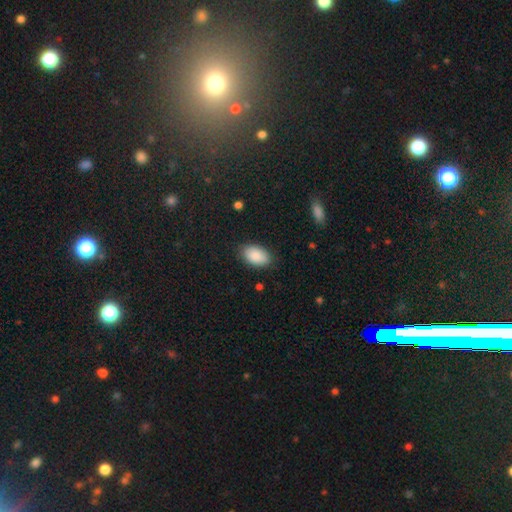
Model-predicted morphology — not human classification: A smooth galaxy with no disk features (90%) that is in between round and cigar-shaped (93%). Merging: none (85%).